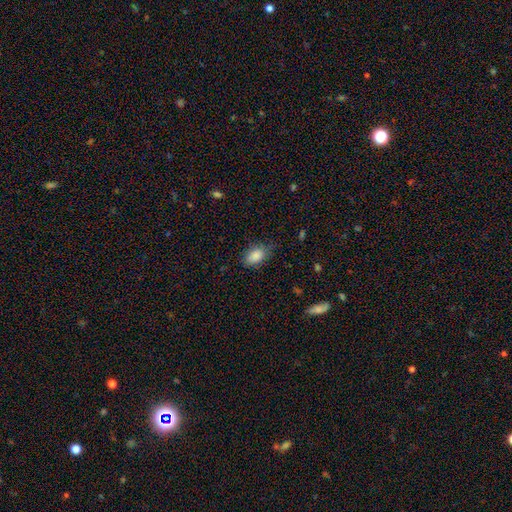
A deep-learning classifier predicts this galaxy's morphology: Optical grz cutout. It shows a smooth galaxy with no disk features (87%) that is in between round and cigar-shaped (90%). Merging: none (71%).